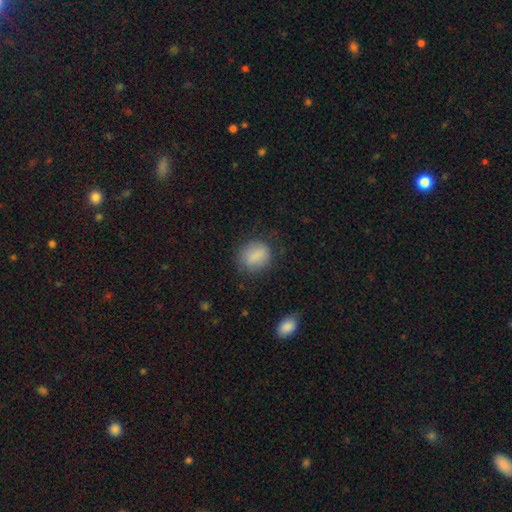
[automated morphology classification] Smooth or featured?
  - smooth: 84% *
  - featured or disk: 9%
  - star or artifact: 8%
How rounded?
  - round: 57% *
  - in between: 41%
  - cigar-shaped: 2%
Merging?
  - none: 74% *
  - minor disturbance: 18%
  - major disturbance: 7%
  - merger: 2%